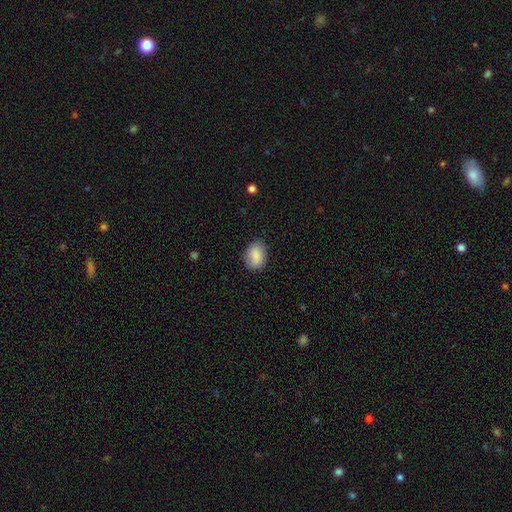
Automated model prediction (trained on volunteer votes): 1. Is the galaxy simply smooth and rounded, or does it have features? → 88% smooth, 7% star or artifact, 4% featured or disk.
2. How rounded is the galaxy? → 72% in between, 27% round, 1% cigar-shaped.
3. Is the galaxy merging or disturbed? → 83% none, 13% minor disturbance, 3% major disturbance, 1% merger.